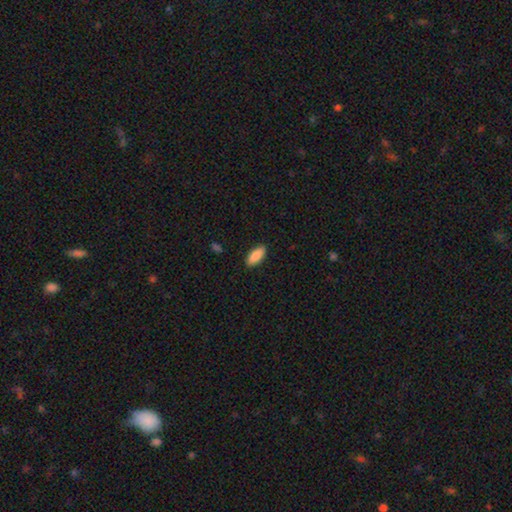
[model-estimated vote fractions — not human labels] Q: Smooth or featured?
A: smooth (89%); runner-up: star or artifact (6%)
Q: How rounded?
A: in between (83%); runner-up: cigar-shaped (15%)
Q: Merging?
A: none (89%); runner-up: minor disturbance (8%)